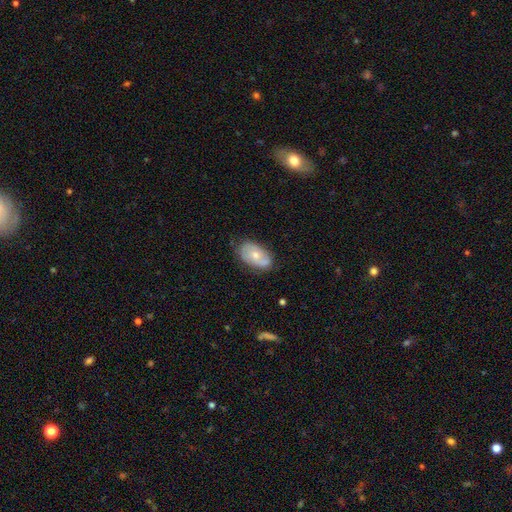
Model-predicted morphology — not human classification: Smooth or featured: smooth — 47% (featured or disk — 46%)
Merging: none — 70% (minor disturbance — 23%)